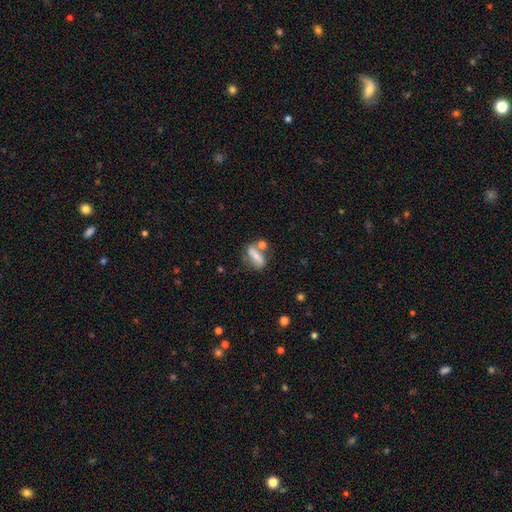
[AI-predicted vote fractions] Smooth or featured: smooth — 63% (featured or disk — 28%)
How rounded: in between — 58% (cigar-shaped — 34%)
Merging: none — 49% (merger — 25%)